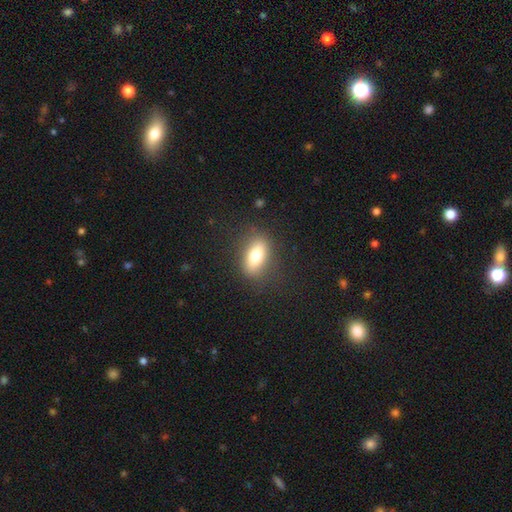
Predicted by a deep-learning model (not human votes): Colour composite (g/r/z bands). It shows a smooth galaxy with no disk features (75%) that is in between round and cigar-shaped (80%). Merging: none (82%).